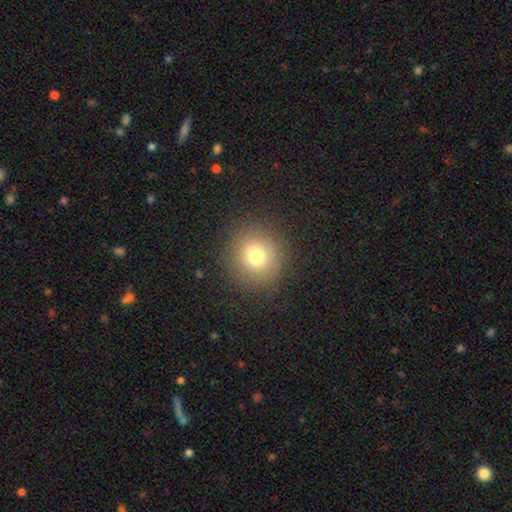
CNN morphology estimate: smooth-or-featured: smooth: 75% | star or artifact: 14% | featured or disk: 11%
  how-rounded: round: 93% | in between: 6% | cigar-shaped: 1%
  merging: none: 89% | minor disturbance: 7% | major disturbance: 3% | merger: 1%